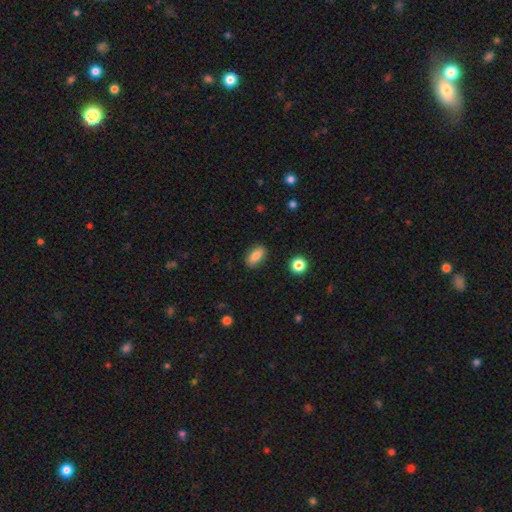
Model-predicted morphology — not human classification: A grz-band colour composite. It shows a smooth galaxy with no disk features (84%) that is in between round and cigar-shaped (88%). Merging: none (87%).